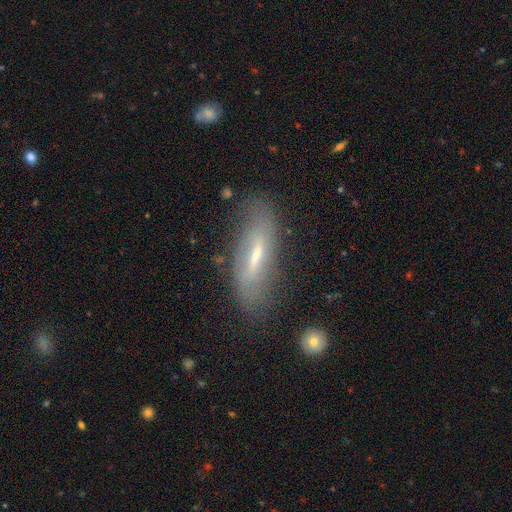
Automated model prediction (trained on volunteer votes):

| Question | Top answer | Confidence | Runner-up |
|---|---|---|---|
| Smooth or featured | featured or disk | 52% | smooth (39%) |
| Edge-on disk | no | 59% | yes (41%) |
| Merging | none | 69% | minor disturbance (19%) |